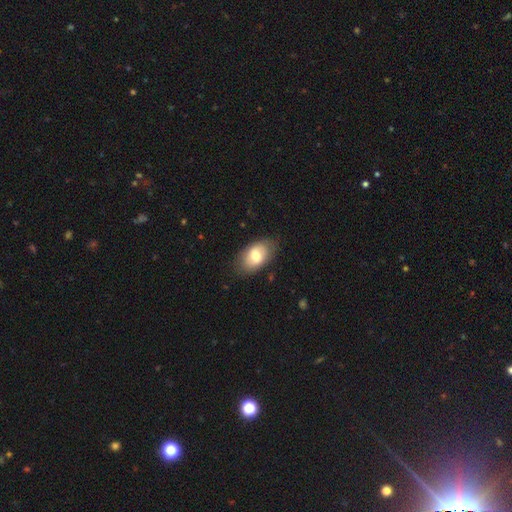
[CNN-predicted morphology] Smooth or featured: smooth — 68% (featured or disk — 25%)
How rounded: in between — 90% (round — 8%)
Merging: none — 80% (minor disturbance — 15%)